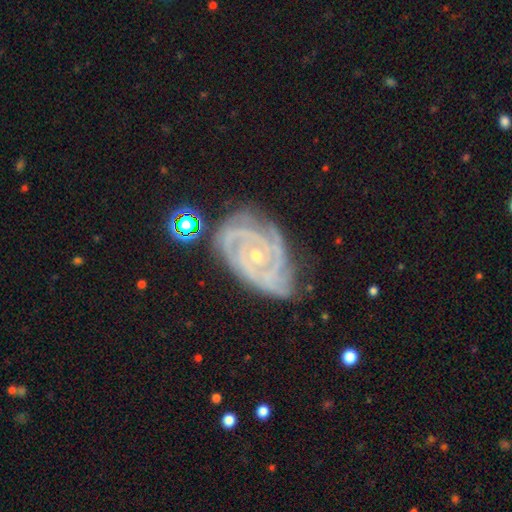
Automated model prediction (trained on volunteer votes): Morphology: type=featured or disk (89%); edge-on=no (97%); bar=no (68%); spiral arms=yes (98%); winding=tight (78%); arm count=3 (35%); bulge=small (74%); merging=none (68%).